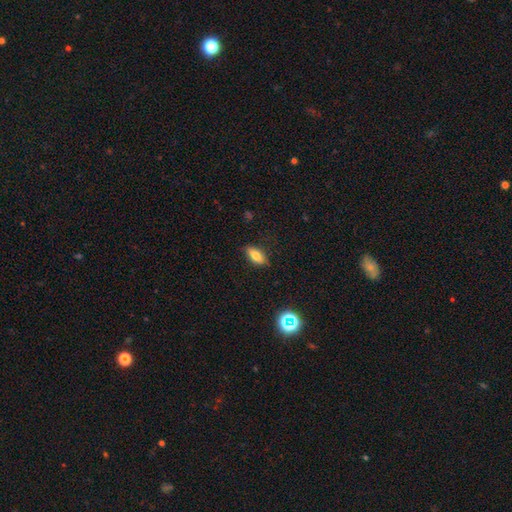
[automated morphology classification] This is likely a smooth galaxy (74%). How rounded: likely in between (79%). Merging: clearly none (82%).